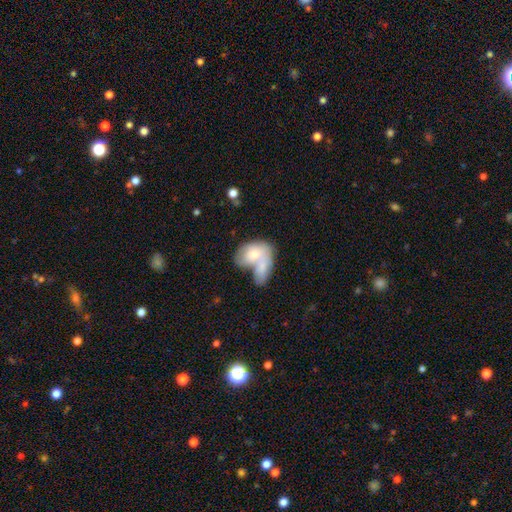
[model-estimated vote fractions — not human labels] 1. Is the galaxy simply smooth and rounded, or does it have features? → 69% smooth, 26% featured or disk, 5% star or artifact.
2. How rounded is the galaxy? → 82% in between, 16% round, 2% cigar-shaped.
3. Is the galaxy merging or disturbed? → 68% merger, 15% none, 9% minor disturbance, 7% major disturbance.